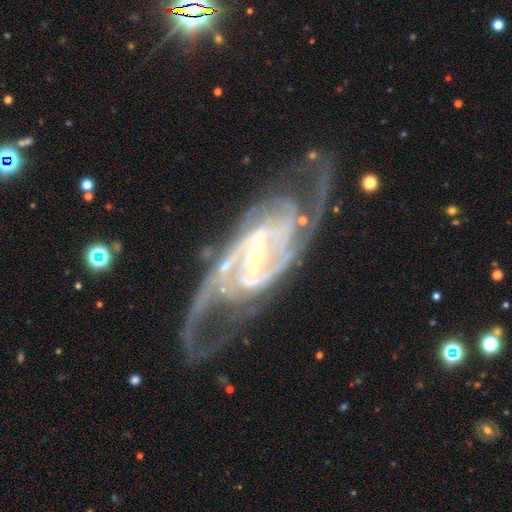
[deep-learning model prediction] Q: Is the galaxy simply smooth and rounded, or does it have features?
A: featured or disk — 92%.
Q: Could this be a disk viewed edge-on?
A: no — 96%.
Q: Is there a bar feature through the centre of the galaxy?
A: strong — 64%.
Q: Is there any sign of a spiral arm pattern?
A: yes — 98%.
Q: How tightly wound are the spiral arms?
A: medium — 52%.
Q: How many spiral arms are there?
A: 2 — 74%.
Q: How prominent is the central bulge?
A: small — 73%.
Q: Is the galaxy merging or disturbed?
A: none — 65%.